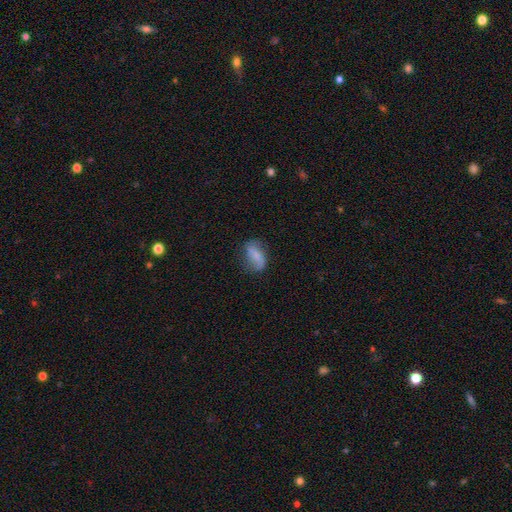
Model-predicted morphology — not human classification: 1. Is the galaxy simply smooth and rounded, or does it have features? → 61% smooth, 30% featured or disk, 9% star or artifact.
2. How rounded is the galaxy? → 82% in between, 10% round, 8% cigar-shaped.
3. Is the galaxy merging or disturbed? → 63% none, 25% minor disturbance, 10% major disturbance, 2% merger.